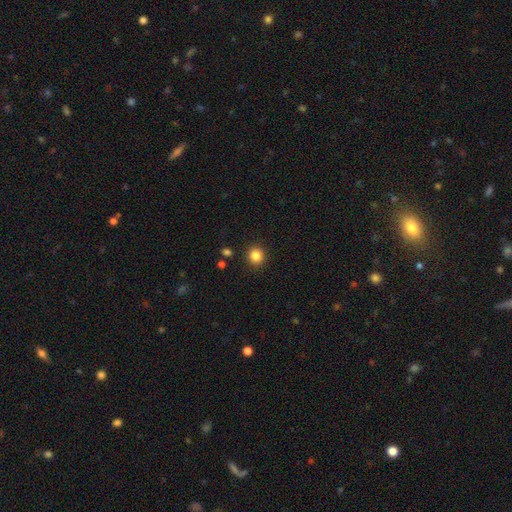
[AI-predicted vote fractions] smooth-or-featured: smooth: 84% | star or artifact: 11% | featured or disk: 4%
  how-rounded: round: 92% | in between: 7% | cigar-shaped: 1%
  merging: none: 91% | minor disturbance: 5% | major disturbance: 2% | merger: 2%